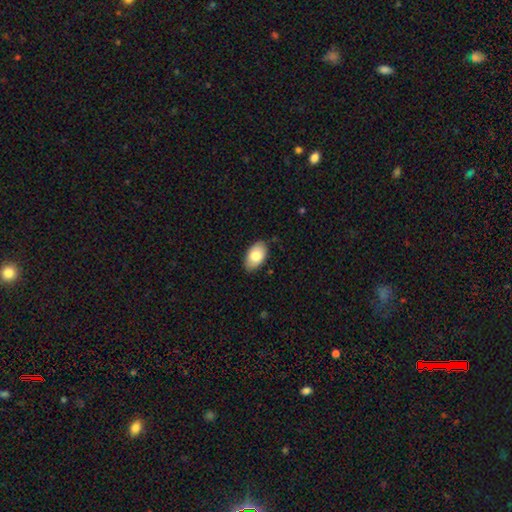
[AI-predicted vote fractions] This is clearly a smooth galaxy (82%). How rounded: clearly in between (94%). Merging: clearly none (83%).